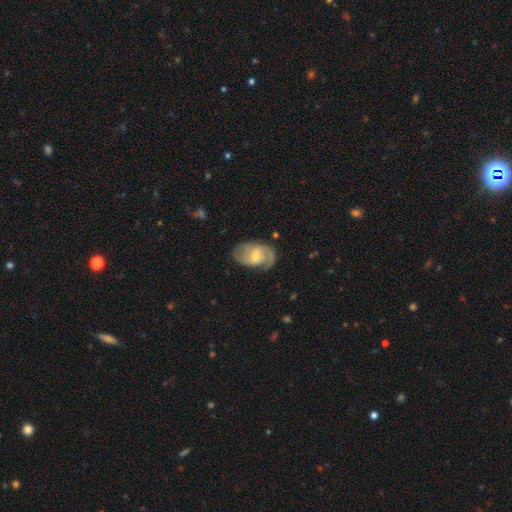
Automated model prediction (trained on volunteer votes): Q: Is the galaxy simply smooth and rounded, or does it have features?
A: featured or disk — 71%.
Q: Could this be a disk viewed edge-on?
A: no — 97%.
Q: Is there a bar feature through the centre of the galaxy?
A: weak — 57%.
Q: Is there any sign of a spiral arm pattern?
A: yes — 89%.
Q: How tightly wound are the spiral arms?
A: medium — 49%.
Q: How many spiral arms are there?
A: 2 — 75%.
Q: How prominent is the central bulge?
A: moderate — 46%.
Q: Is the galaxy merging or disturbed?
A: none — 66%.